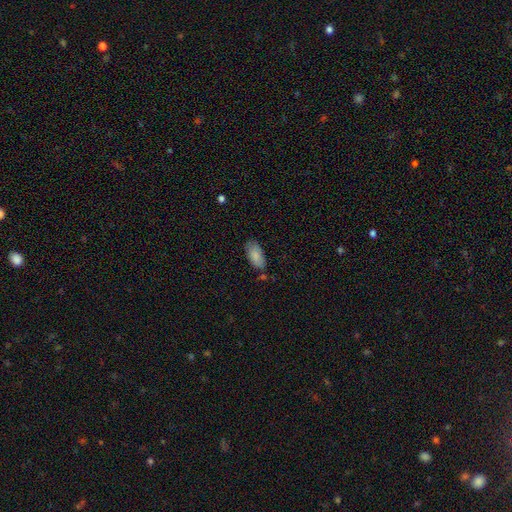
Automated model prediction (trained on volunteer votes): The model was most divided on "merging": none: 70%, minor disturbance: 21%, merger: 5%, major disturbance: 4%. More confident: how rounded — in between (93%); smooth or featured — smooth (85%).